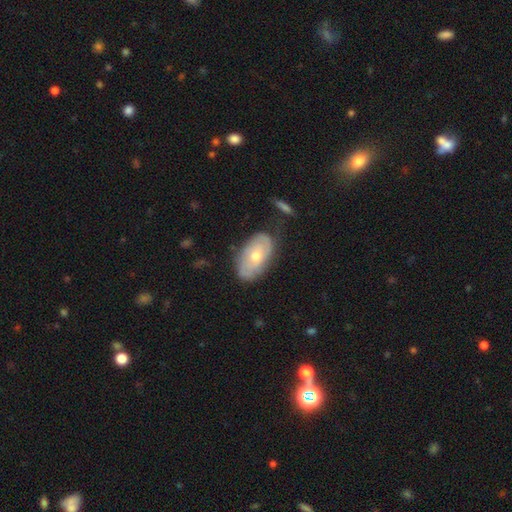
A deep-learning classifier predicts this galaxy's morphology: The model was most divided on "smooth or featured": featured or disk: 54%, smooth: 39%, star or artifact: 7%. More confident: edge-on disk — no (91%); merging — none (75%).